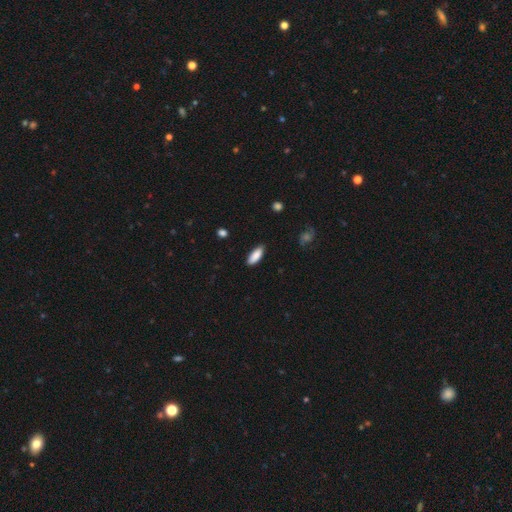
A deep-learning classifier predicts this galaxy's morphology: This is clearly a smooth galaxy (88%). How rounded: likely in between (72%). Merging: clearly none (85%).